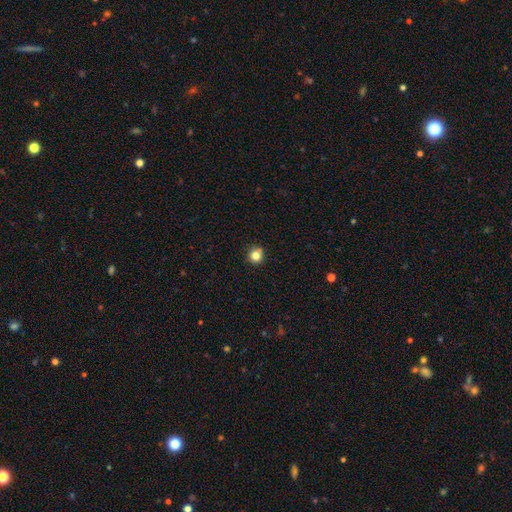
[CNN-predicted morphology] type=smooth (81%); roundness=round (93%); merging=none (85%).